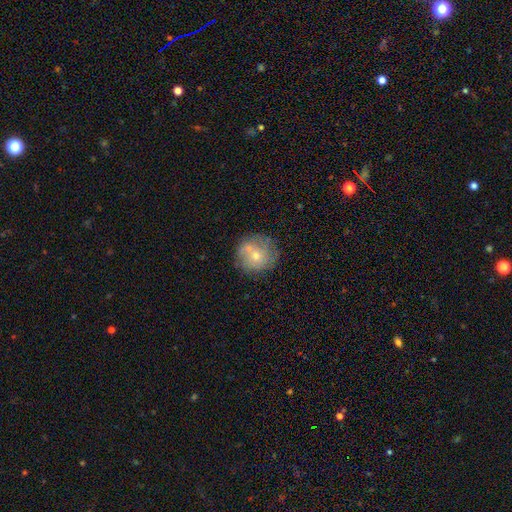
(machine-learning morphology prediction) Q: Smooth or featured?
A: smooth (50%); runner-up: featured or disk (39%)
Q: Merging?
A: none (71%); runner-up: minor disturbance (18%)